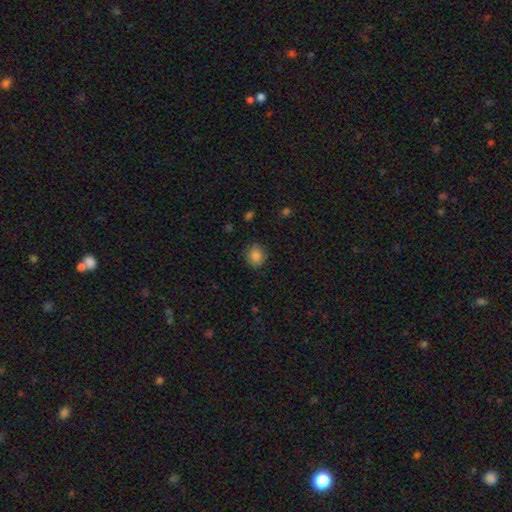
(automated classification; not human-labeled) This appears to be a smooth galaxy with no disk features (85%) that is round (75%). Merging: none (85%).